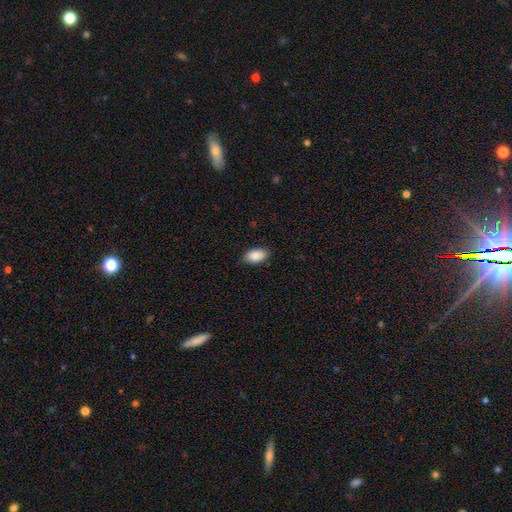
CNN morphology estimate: Smooth or featured?
  - smooth: 89% *
  - star or artifact: 7%
  - featured or disk: 4%
How rounded?
  - in between: 94% *
  - round: 4%
  - cigar-shaped: 2%
Merging?
  - none: 85% *
  - minor disturbance: 12%
  - major disturbance: 2%
  - merger: 1%